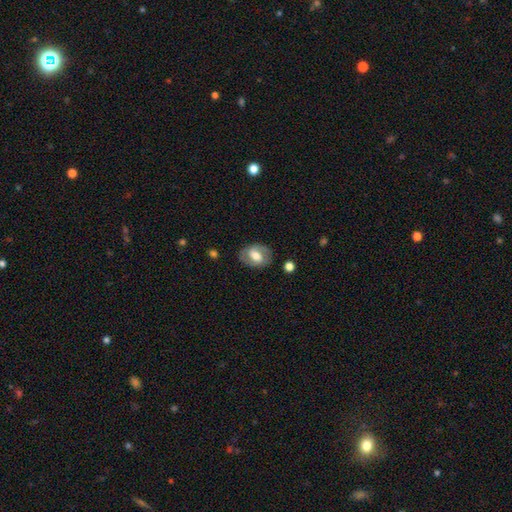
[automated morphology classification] A featured or disk galaxy (53%) with a weak bar (43%), spiral arms (61%) and a moderate central bulge (58%).

Vote fractions:
- Smooth or featured? featured or disk: 53% / smooth: 40% / star or artifact: 7%
- Edge-on disk? no: 95% / yes: 5%
- Bar? weak: 43% / no: 30% / strong: 27%
- Spiral arms? yes: 61% / no: 39%
- Bulge size? moderate: 58% / large: 27% / small: 11% / dominant: 2% / none: 2%
- Merging? none: 79% / minor disturbance: 14% / major disturbance: 5% / merger: 2%